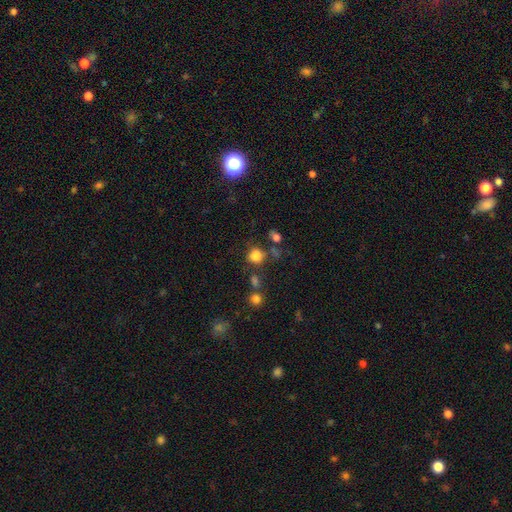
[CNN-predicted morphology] smooth_or_featured: smooth (p=0.79) [alt: star or artifact p=0.15]
how_rounded: round (p=0.81) [alt: in between p=0.18]
merging: none (p=0.67) [alt: minor disturbance p=0.14]